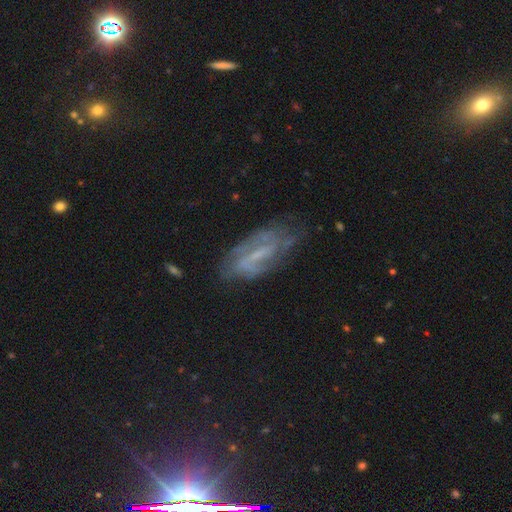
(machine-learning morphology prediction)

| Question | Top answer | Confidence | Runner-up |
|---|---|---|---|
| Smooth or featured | featured or disk | 70% | smooth (18%) |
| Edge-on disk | no | 89% | yes (11%) |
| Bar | weak | 47% | strong (29%) |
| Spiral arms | yes | 83% | no (17%) |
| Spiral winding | medium | 41% | tight (34%) |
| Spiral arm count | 2 | 55% | can't tell (30%) |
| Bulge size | small | 42% | none (37%) |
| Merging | none | 64% | minor disturbance (22%) |